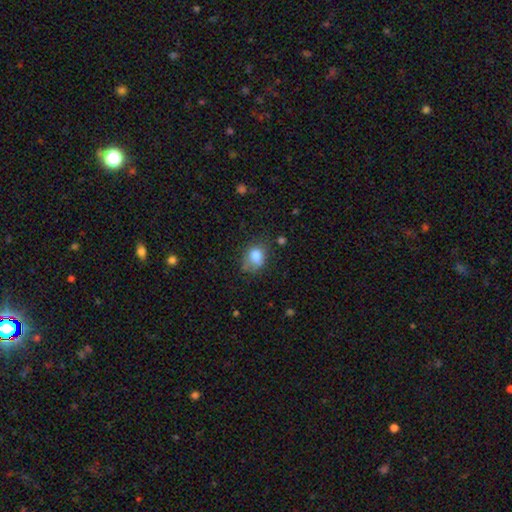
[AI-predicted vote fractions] Overall: smooth (78%). How rounded: in between (54%; round 45%). Merging: none (47%; minor disturbance 32%).